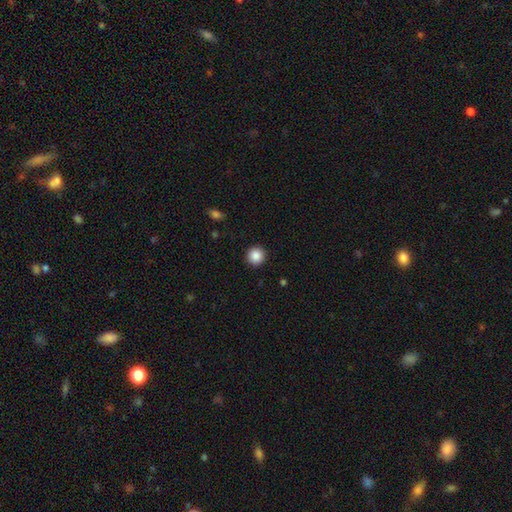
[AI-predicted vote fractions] Smooth or featured?
  - smooth: 87% *
  - star or artifact: 10%
  - featured or disk: 4%
How rounded?
  - round: 95% *
  - in between: 4%
  - cigar-shaped: 1%
Merging?
  - none: 93% *
  - minor disturbance: 5%
  - major disturbance: 2%
  - merger: 1%